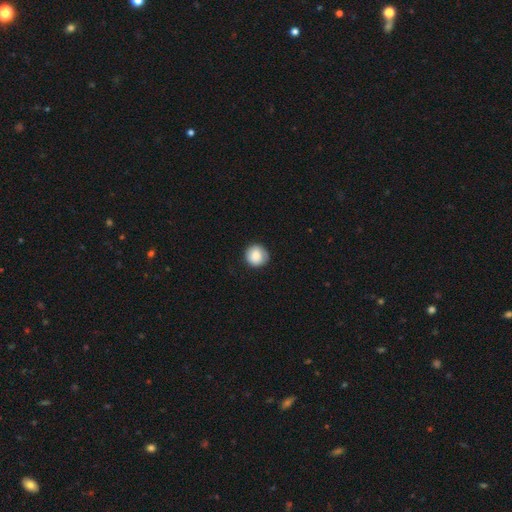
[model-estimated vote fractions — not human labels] Morphology: type=smooth (86%); roundness=round (93%); merging=none (83%).